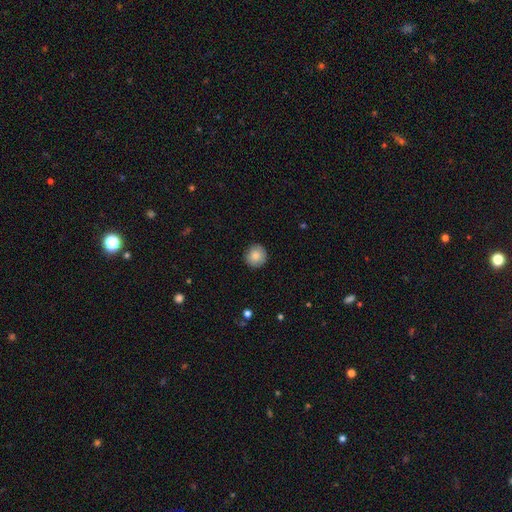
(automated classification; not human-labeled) smooth 85%, star or artifact 8%, featured or disk 7%. Down the decision tree: how rounded — round (93%); merging — none (90%).